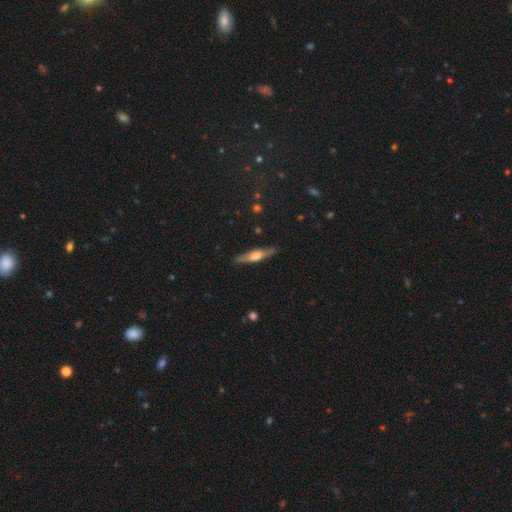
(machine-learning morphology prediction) type=featured or disk (58%); edge-on=yes (94%); edge-on bulge=rounded (81%); merging=none (87%).